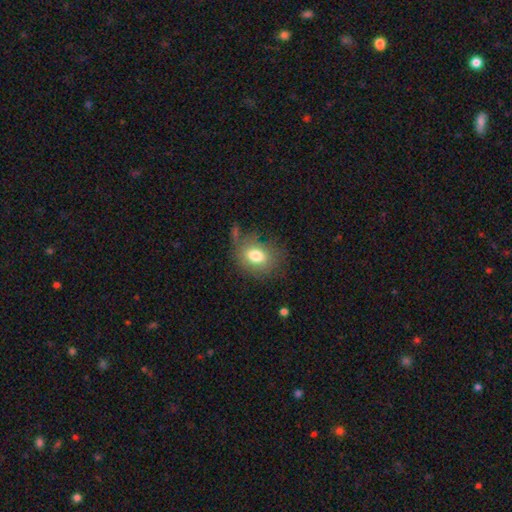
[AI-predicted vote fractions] A smooth galaxy with no disk features (76%) that is in between round and cigar-shaped (64%).

Vote fractions:
- Smooth or featured? smooth: 76% / featured or disk: 15% / star or artifact: 9%
- How rounded? in between: 64% / round: 35% / cigar-shaped: 1%
- Merging? none: 60% / minor disturbance: 22% / major disturbance: 13% / merger: 4%